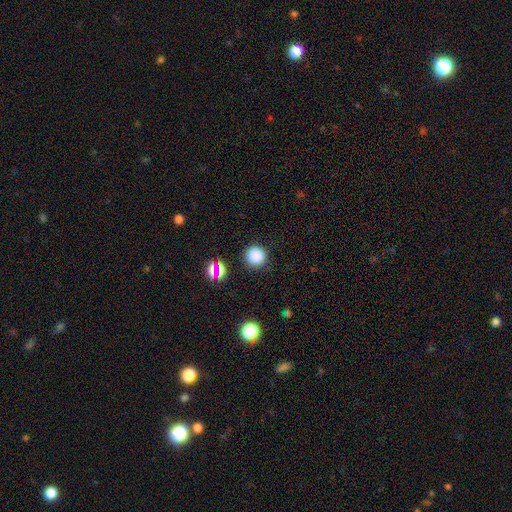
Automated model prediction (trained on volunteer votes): Smooth or featured? smooth (81%)
How rounded? round (93%)
Merging? none (87%)